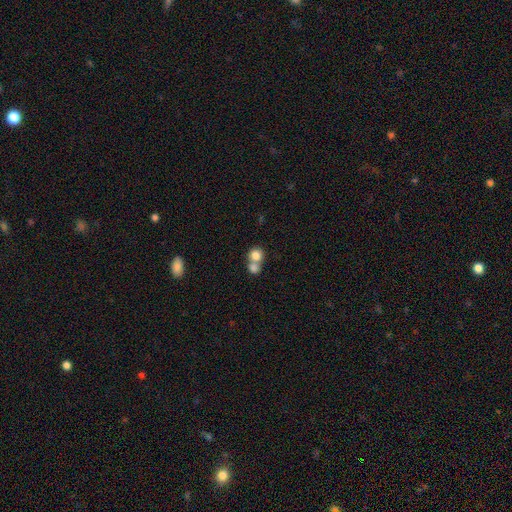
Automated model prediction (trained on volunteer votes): smooth 80%, featured or disk 11%, star or artifact 9%. Down the decision tree: how rounded — round (81%); merging — merger (60%).